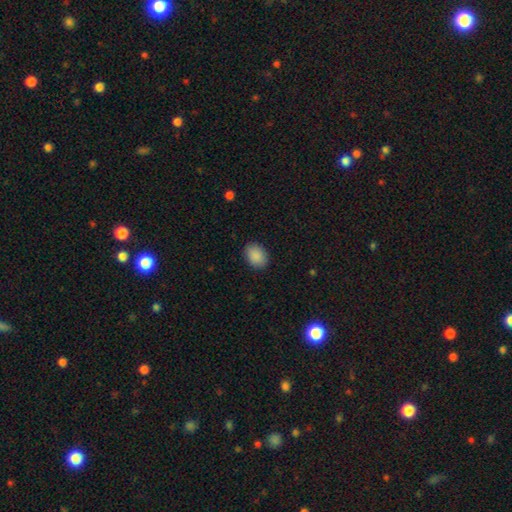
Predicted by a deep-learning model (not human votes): Smooth or featured? smooth (90%)
How rounded? in between (73%)
Merging? none (89%)